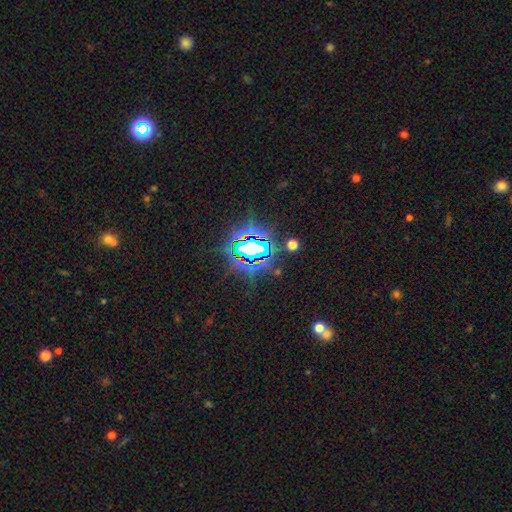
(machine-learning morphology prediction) star or artifact 78%, smooth 12%, featured or disk 10%.